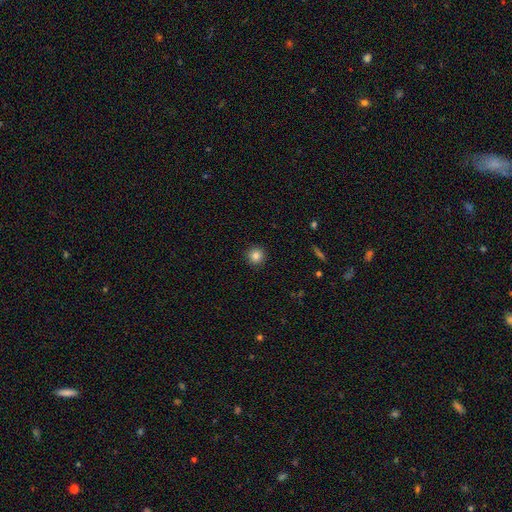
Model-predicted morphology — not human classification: type=smooth (84%); roundness=round (95%); merging=none (93%).